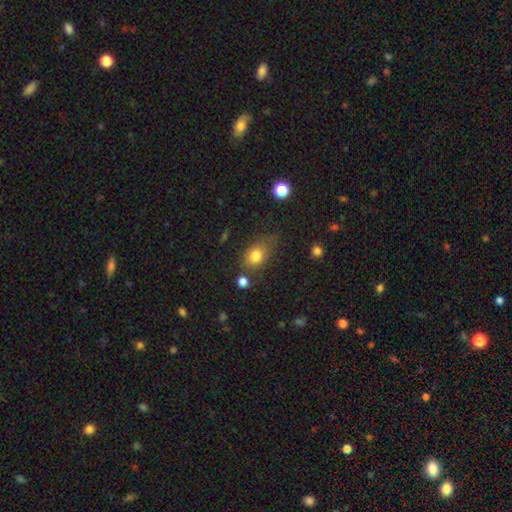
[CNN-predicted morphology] Overall: smooth (80%). How rounded: in between (70%). Merging: none (58%; minor disturbance 26%).